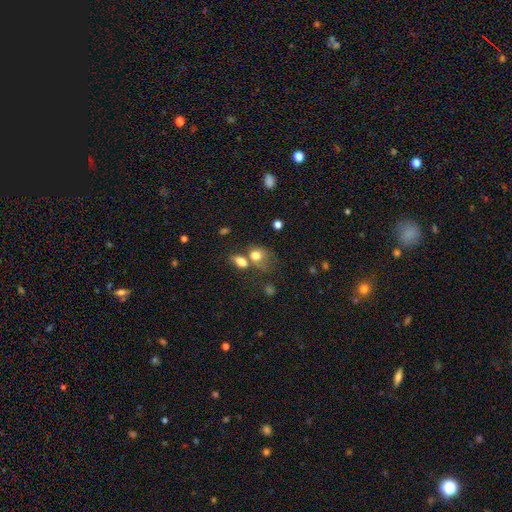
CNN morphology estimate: The model was most divided on "merging": merger: 41%, none: 34%, minor disturbance: 15%, major disturbance: 11%. More confident: smooth or featured — smooth (76%); how rounded — in between (55%).